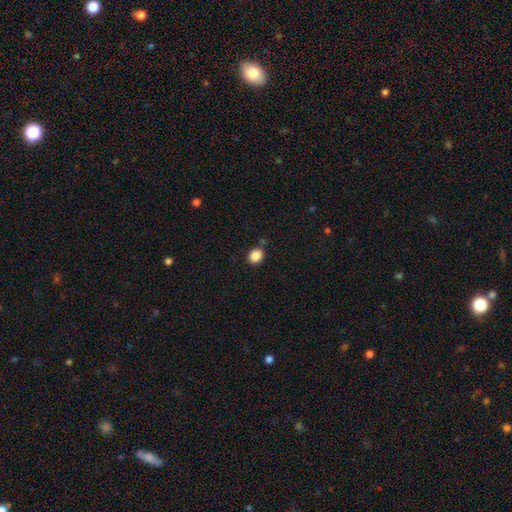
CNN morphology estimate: smooth_or_featured: smooth (p=0.87) [alt: star or artifact p=0.09]
how_rounded: round (p=0.53) [alt: in between p=0.46]
merging: none (p=0.83) [alt: minor disturbance p=0.10]